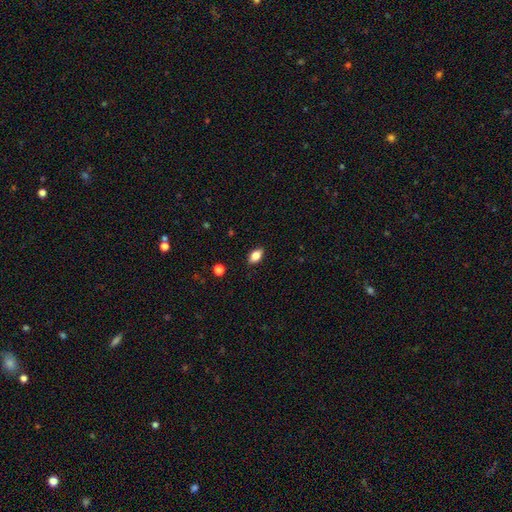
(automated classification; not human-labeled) This is clearly a smooth galaxy (82%). How rounded: clearly in between (88%). Merging: clearly none (87%).